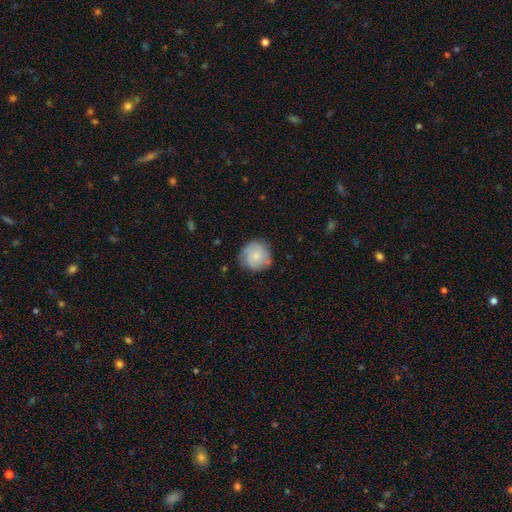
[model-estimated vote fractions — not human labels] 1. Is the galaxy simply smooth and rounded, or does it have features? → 50% smooth, 43% featured or disk, 7% star or artifact.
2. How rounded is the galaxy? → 91% round, 8% in between, 1% cigar-shaped.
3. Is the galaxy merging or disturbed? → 77% none, 17% minor disturbance, 5% major disturbance, 1% merger.